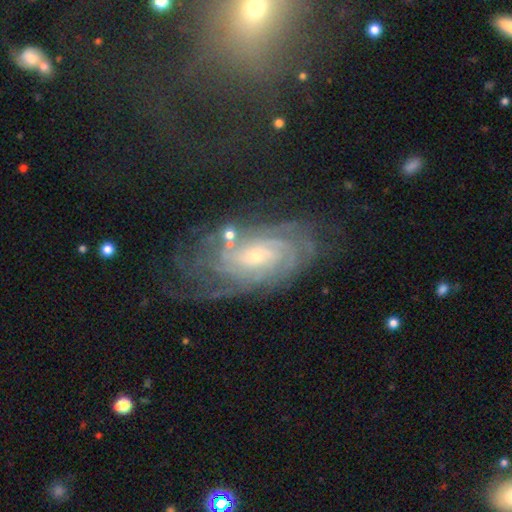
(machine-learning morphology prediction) A featured or disk galaxy (83%) with no bar (64%), tight (76%) spiral arms (97%) and a small central bulge (69%).

Vote fractions:
- Smooth or featured? featured or disk: 83% / star or artifact: 9% / smooth: 8%
- Edge-on disk? no: 95% / yes: 5%
- Bar? no: 64% / weak: 29% / strong: 8%
- Spiral arms? yes: 97% / no: 3%
- Spiral winding? tight: 76% / medium: 19% / loose: 5%
- Spiral arm count? can't tell: 37% / 4: 17% / 3: 13% / more than 4: 13% / 2: 13% / 1: 7%
- Bulge size? small: 69% / moderate: 27% / large: 2% / none: 2% / dominant: 1%
- Merging? none: 67% / minor disturbance: 19% / major disturbance: 11% / merger: 3%